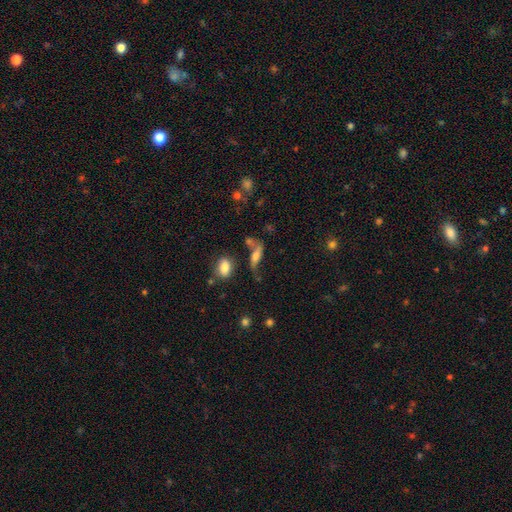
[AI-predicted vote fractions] smooth 47%, featured or disk 40%, star or artifact 12%. Down the decision tree: merging — none (43%).